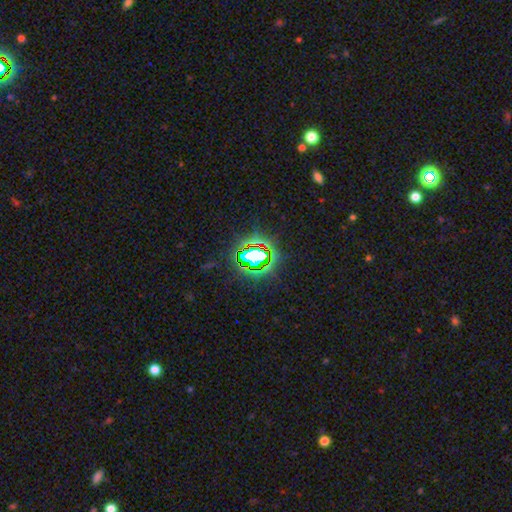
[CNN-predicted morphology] Q: Smooth or featured?
A: star or artifact (73%); runner-up: smooth (16%)